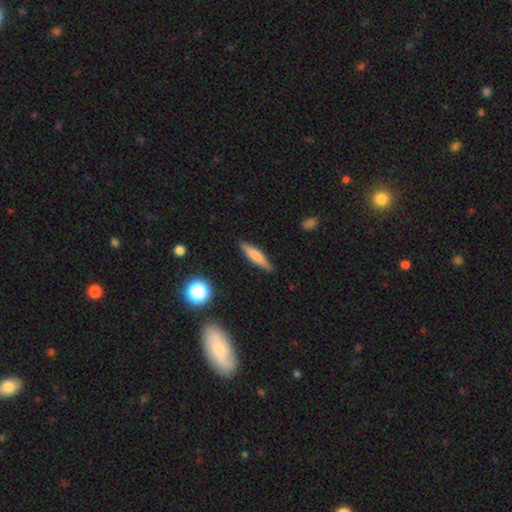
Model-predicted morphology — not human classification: smooth 62%, featured or disk 31%, star or artifact 7%. Down the decision tree: how rounded — cigar-shaped (83%); merging — none (88%).